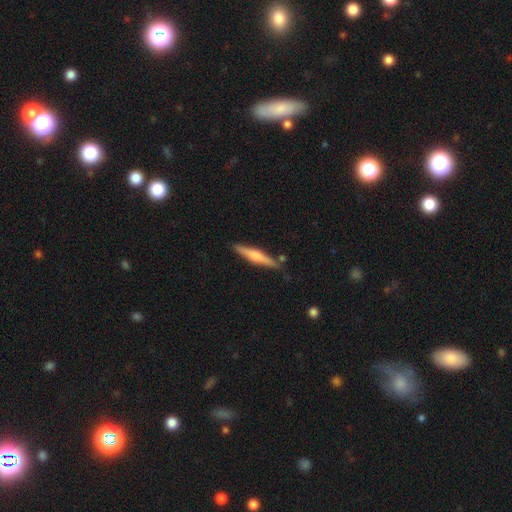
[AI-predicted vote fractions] Smooth or featured: featured or disk — 48% (smooth — 46%)
Merging: none — 83% (minor disturbance — 11%)